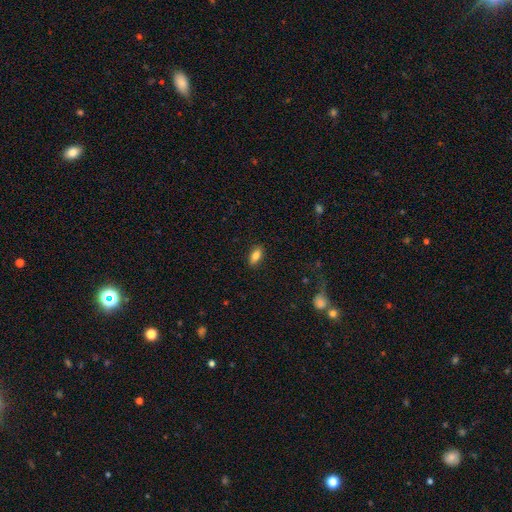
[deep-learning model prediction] Q: Smooth or featured?
A: smooth (81%); runner-up: featured or disk (12%)
Q: How rounded?
A: in between (85%); runner-up: cigar-shaped (11%)
Q: Merging?
A: none (88%); runner-up: minor disturbance (9%)